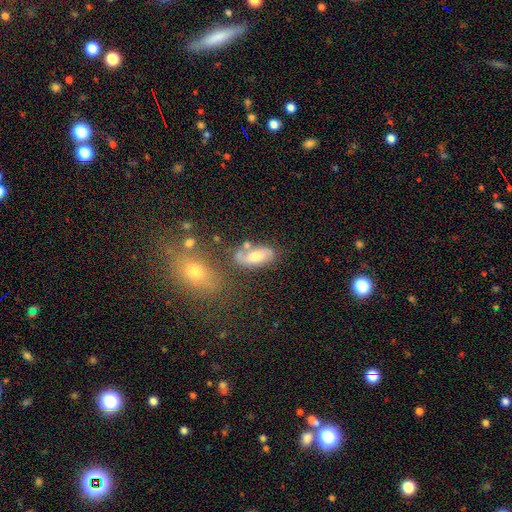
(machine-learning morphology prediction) Smooth or featured? Predicted: featured or disk (p=0.45). Merging? Predicted: none (p=0.57).